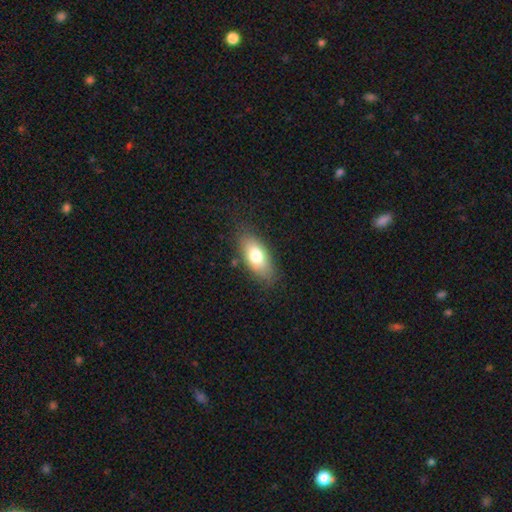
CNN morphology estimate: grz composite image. It shows a smooth galaxy with no disk features (73%) that is in between round and cigar-shaped (87%). Merging: none (81%).